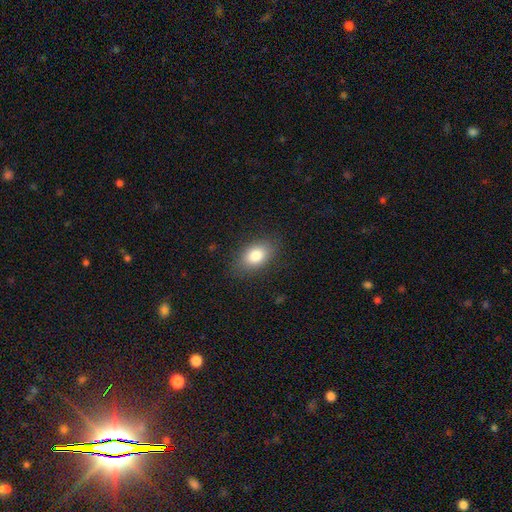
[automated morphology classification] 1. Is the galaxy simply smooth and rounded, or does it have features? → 82% smooth, 10% featured or disk, 8% star or artifact.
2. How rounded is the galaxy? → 86% in between, 12% round, 2% cigar-shaped.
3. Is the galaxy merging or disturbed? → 83% none, 12% minor disturbance, 4% major disturbance, 1% merger.